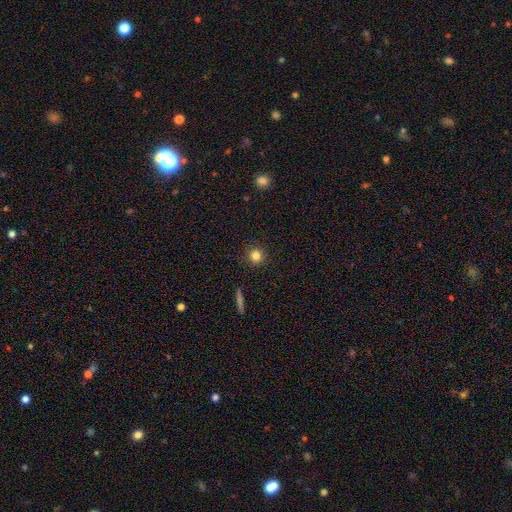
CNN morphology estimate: Overall: smooth (82%). How rounded: round (93%). Merging: none (90%).